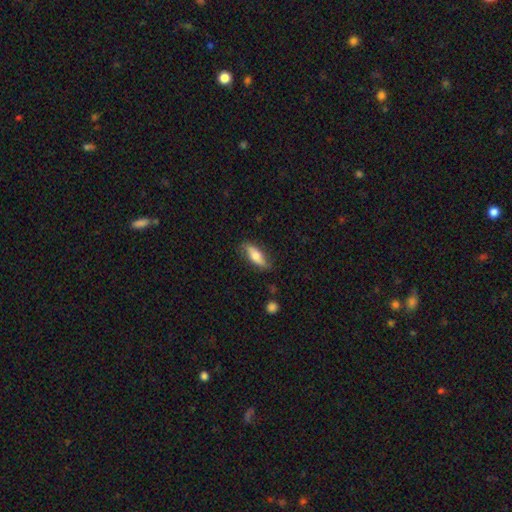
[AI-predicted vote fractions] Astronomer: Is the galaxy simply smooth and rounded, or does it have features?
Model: smooth — 62%.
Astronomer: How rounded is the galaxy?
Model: in between — 62%.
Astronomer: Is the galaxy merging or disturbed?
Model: none — 78%.